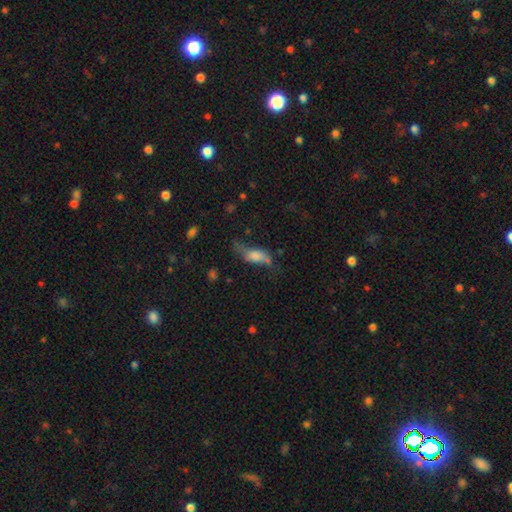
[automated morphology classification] A smooth galaxy with no disk features (52%) that is in between round and cigar-shaped (72%). Merging: none (40%).